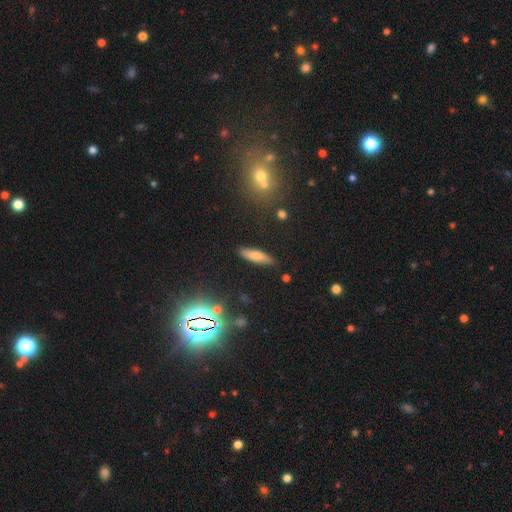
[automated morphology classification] type=smooth (73%); roundness=cigar-shaped (65%); merging=none (86%).